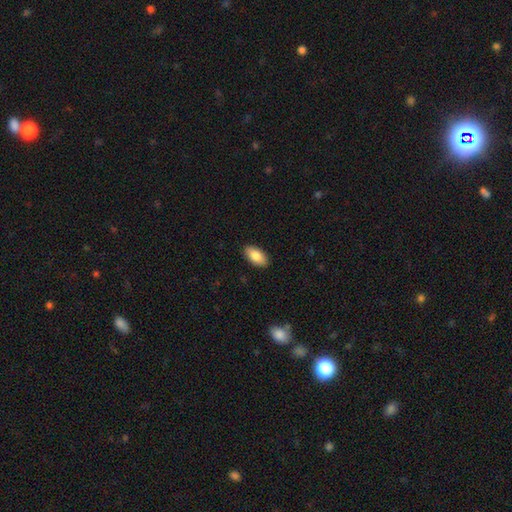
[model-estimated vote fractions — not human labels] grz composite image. It shows a smooth galaxy with no disk features (84%) that is in between round and cigar-shaped (94%). Merging: none (90%).